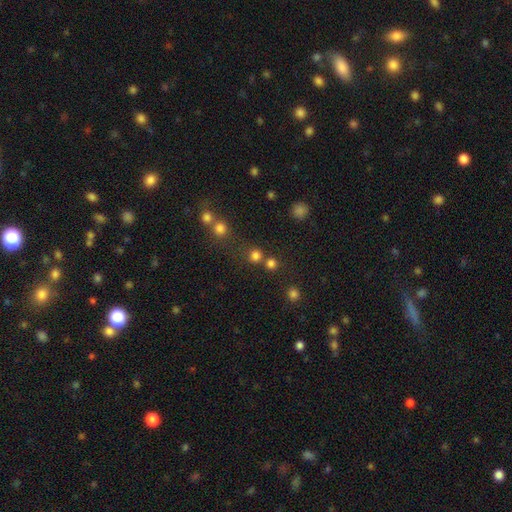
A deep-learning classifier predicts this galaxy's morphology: Smooth or featured?
  - smooth: 76% *
  - star or artifact: 18%
  - featured or disk: 6%
How rounded?
  - round: 90% *
  - in between: 9%
  - cigar-shaped: 1%
Merging?
  - none: 67% *
  - merger: 22%
  - minor disturbance: 7%
  - major disturbance: 4%